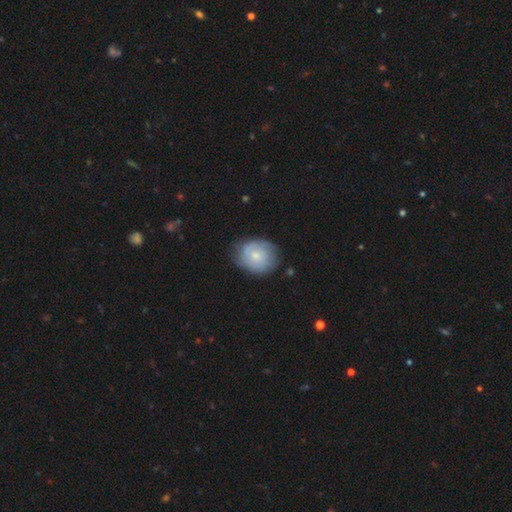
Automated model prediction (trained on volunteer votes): Smooth or featured? smooth (60%)
How rounded? round (69%)
Merging? none (67%)